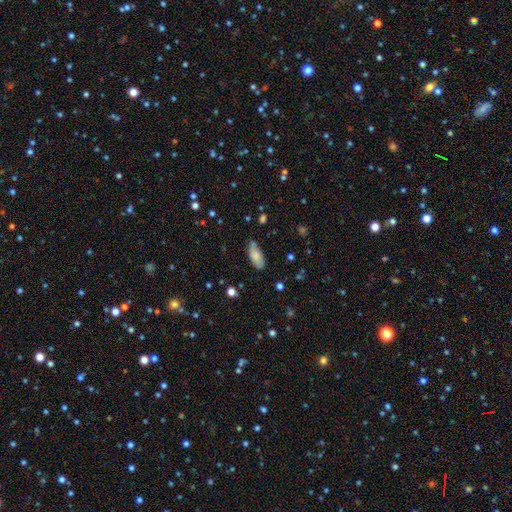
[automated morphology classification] Smooth or featured? Predicted: smooth (p=0.77). How rounded? Predicted: in between (p=0.84). Merging? Predicted: none (p=0.72).